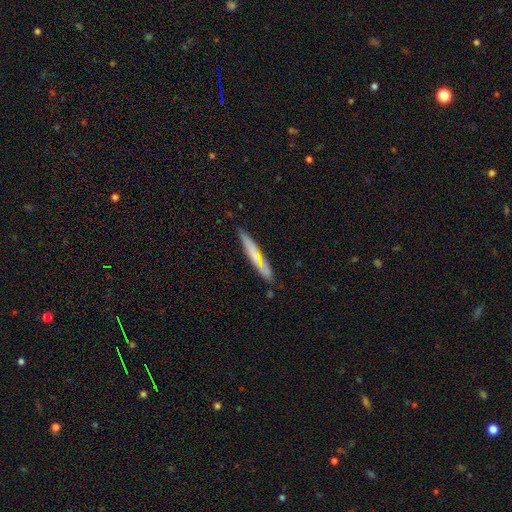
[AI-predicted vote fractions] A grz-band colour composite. It shows a smooth galaxy with no disk features (53%) that is cigar-shaped (91%). Merging: none (77%).